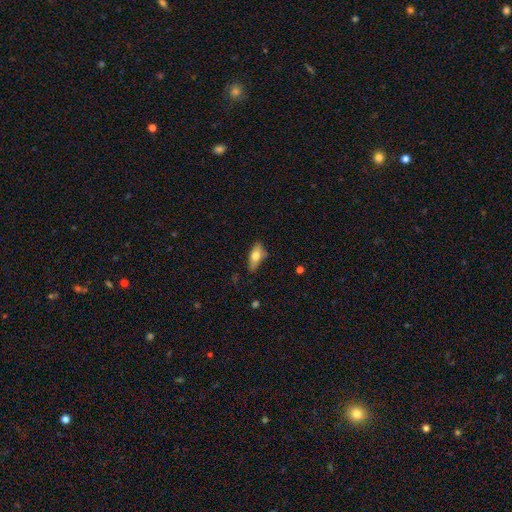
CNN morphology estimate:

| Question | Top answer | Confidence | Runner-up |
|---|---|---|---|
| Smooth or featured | smooth | 64% | featured or disk (29%) |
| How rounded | in between | 77% | cigar-shaped (18%) |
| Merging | none | 59% | minor disturbance (28%) |